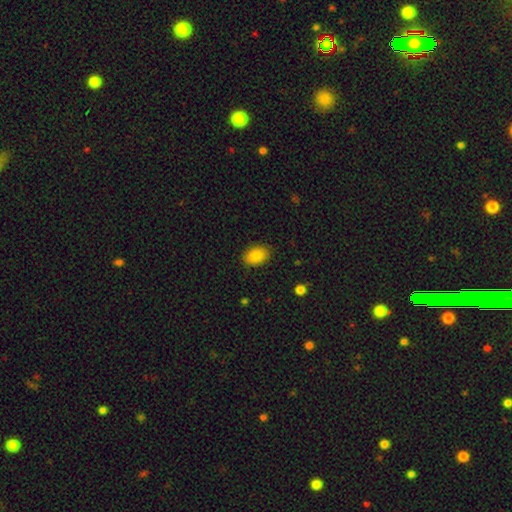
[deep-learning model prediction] smooth_or_featured: smooth (p=0.86) [alt: star or artifact p=0.08]
how_rounded: in between (p=0.81) [alt: round p=0.18]
merging: none (p=0.87) [alt: minor disturbance p=0.10]